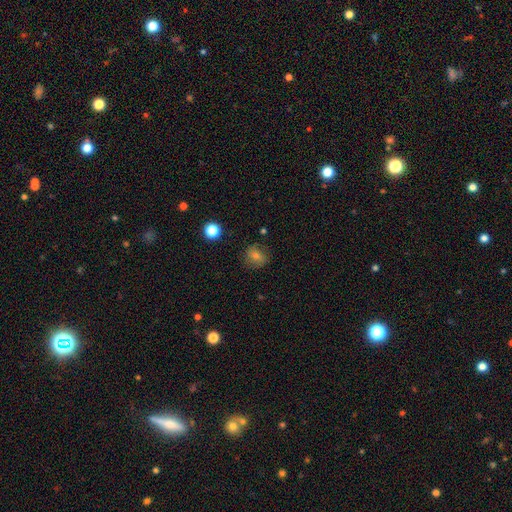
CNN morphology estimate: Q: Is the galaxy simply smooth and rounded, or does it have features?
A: smooth — 59%.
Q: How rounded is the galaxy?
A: round — 77%.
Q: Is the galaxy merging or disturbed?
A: none — 79%.